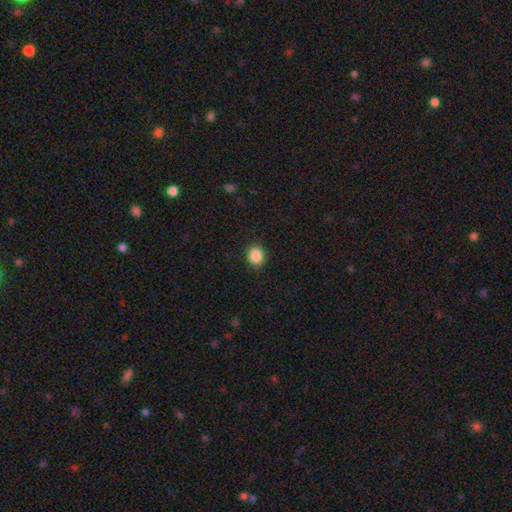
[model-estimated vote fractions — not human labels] A smooth galaxy with no disk features (88%) that is round (78%). Merging: none (90%).